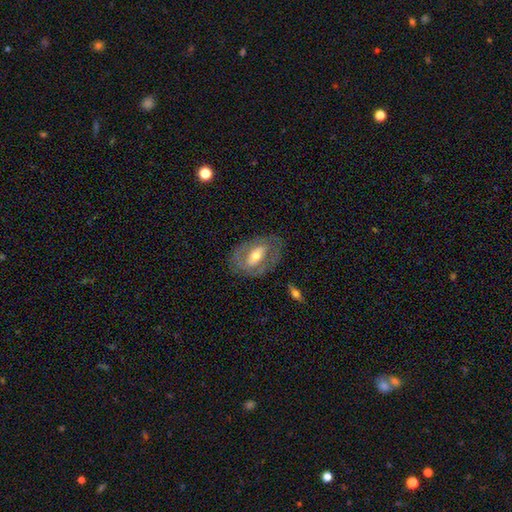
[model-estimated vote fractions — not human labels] This is likely a featured or disk galaxy (68%). It is clearly not viewed edge-on (92%). Bar: marginally weak (35%). Spiral arm pattern: possibly yes (52%). Central bulge: likely moderate (62%). Merging: likely none (72%).